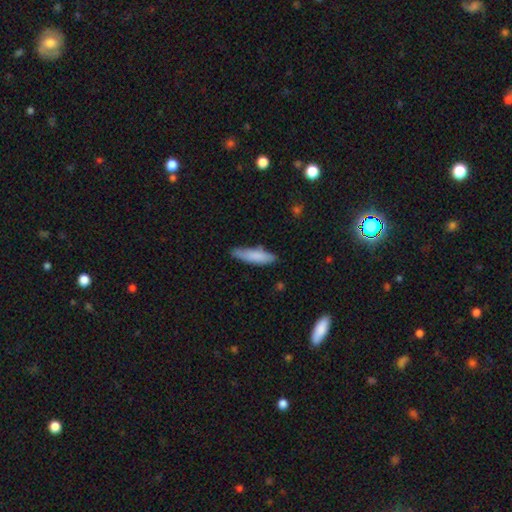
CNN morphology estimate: smooth 80%, featured or disk 14%, star or artifact 6%. Down the decision tree: how rounded — cigar-shaped (70%); merging — none (71%).